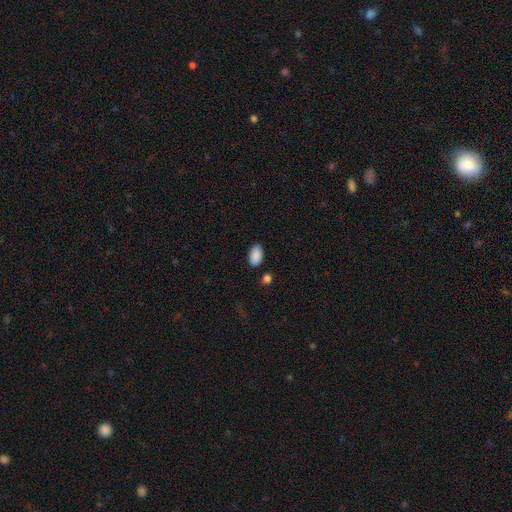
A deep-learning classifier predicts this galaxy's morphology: Smooth or featured: smooth — 89% (star or artifact — 7%)
How rounded: in between — 94% (round — 5%)
Merging: none — 82% (minor disturbance — 12%)